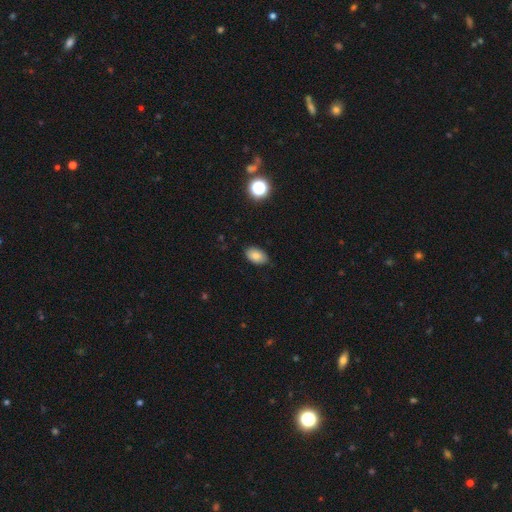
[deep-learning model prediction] Smooth or featured? Predicted: smooth (p=0.82). How rounded? Predicted: in between (p=0.91). Merging? Predicted: none (p=0.85).